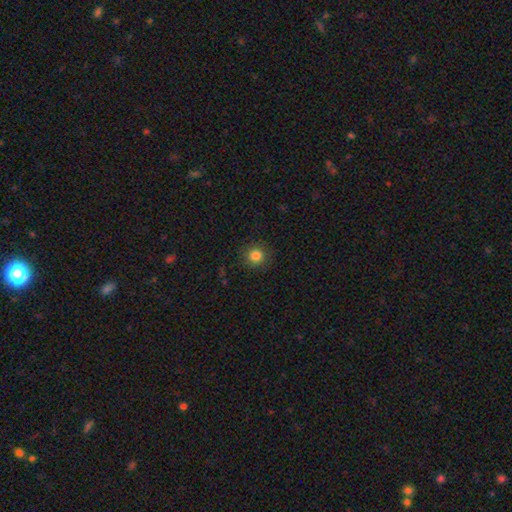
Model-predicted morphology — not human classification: smooth_or_featured: smooth (p=0.84) [alt: star or artifact p=0.12]
how_rounded: round (p=0.93) [alt: in between p=0.06]
merging: none (p=0.89) [alt: minor disturbance p=0.07]